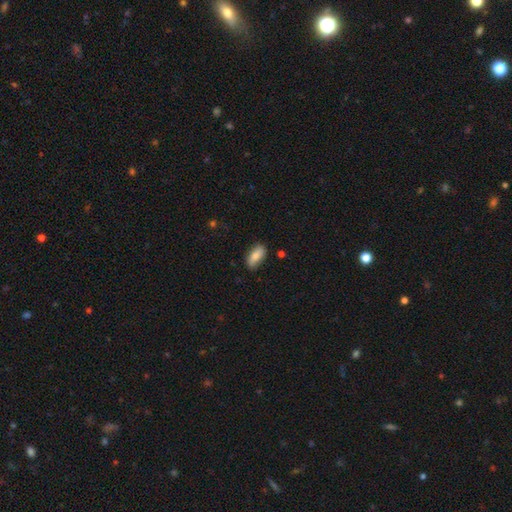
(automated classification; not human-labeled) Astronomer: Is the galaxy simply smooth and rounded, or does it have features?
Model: smooth — 79%.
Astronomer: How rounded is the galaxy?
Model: in between — 83%.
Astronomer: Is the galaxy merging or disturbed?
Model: none — 78%.